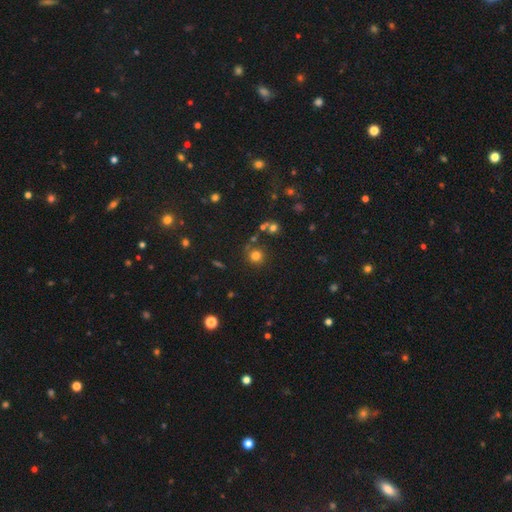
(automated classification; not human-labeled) This is likely a smooth galaxy (76%). How rounded: clearly round (93%). Merging: likely none (79%).